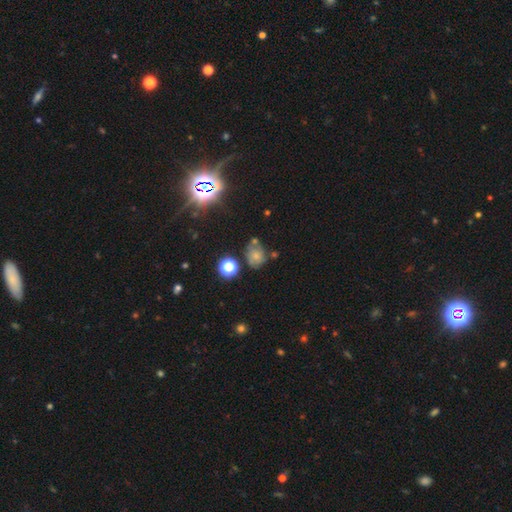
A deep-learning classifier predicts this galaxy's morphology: smooth_or_featured: smooth (p=0.59) [alt: star or artifact p=0.23]
how_rounded: round (p=0.61) [alt: in between p=0.38]
merging: none (p=0.56) [alt: minor disturbance p=0.21]